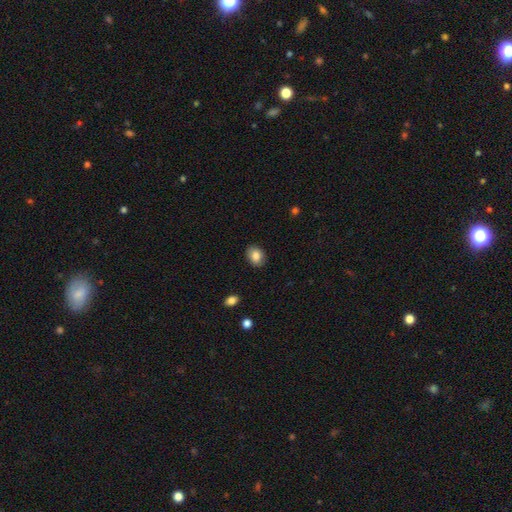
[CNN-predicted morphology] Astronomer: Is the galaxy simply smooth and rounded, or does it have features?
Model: smooth — 84%.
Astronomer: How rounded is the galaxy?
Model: in between — 61% (runner-up: round, 38%).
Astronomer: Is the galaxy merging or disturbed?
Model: none — 88%.